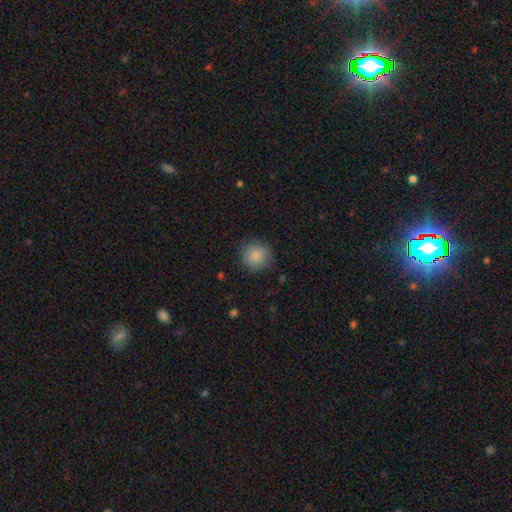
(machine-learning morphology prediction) Smooth or featured? Predicted: smooth (p=0.86). How rounded? Predicted: round (p=0.93). Merging? Predicted: none (p=0.86).